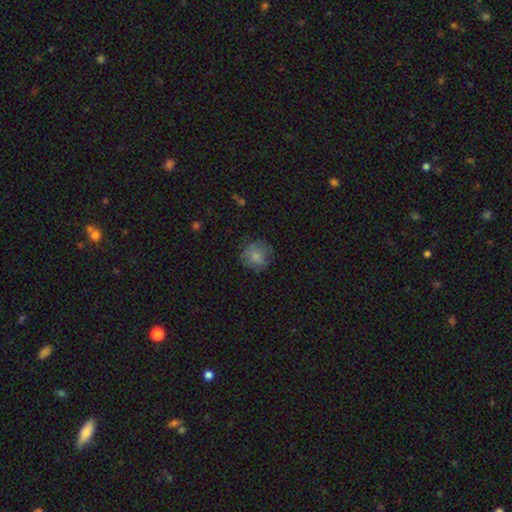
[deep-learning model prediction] smooth_or_featured: smooth (p=0.72) [alt: featured or disk p=0.18]
how_rounded: round (p=0.84) [alt: in between p=0.15]
merging: none (p=0.68) [alt: minor disturbance p=0.20]